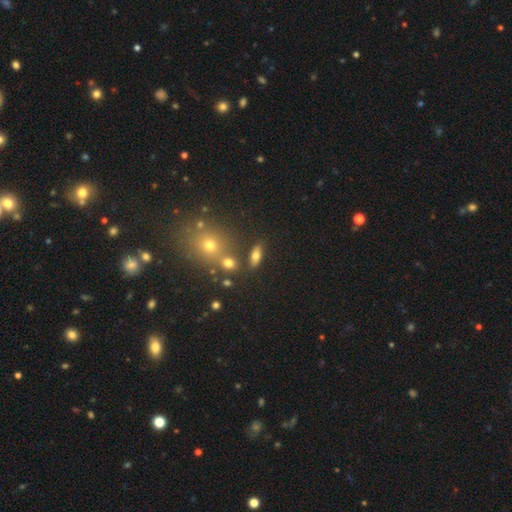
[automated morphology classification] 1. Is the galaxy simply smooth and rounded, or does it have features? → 67% smooth, 21% featured or disk, 12% star or artifact.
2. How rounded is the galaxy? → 70% in between, 22% cigar-shaped, 9% round.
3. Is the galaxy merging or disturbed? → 77% none, 11% minor disturbance, 8% merger, 4% major disturbance.